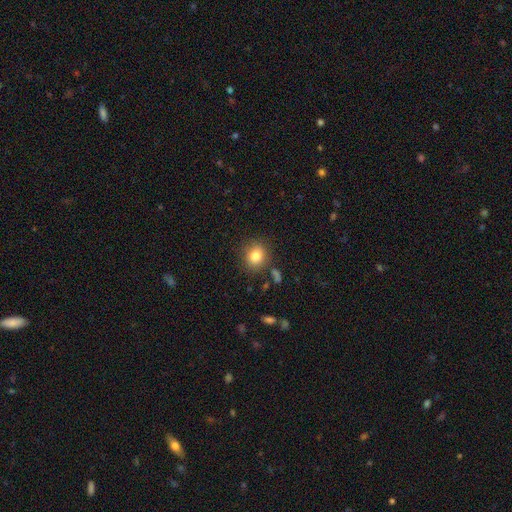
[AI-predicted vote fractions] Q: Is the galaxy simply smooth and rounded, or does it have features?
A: smooth — 82%.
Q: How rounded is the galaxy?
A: round — 80%.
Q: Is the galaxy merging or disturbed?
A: none — 84%.